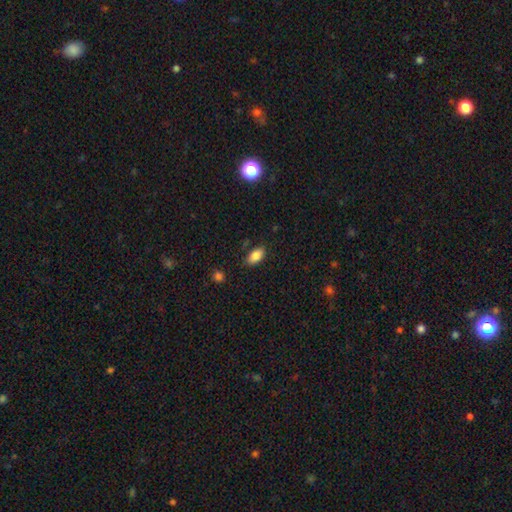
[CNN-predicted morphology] Smooth or featured: smooth — 85% (star or artifact — 8%)
How rounded: in between — 91% (round — 4%)
Merging: none — 82% (minor disturbance — 13%)